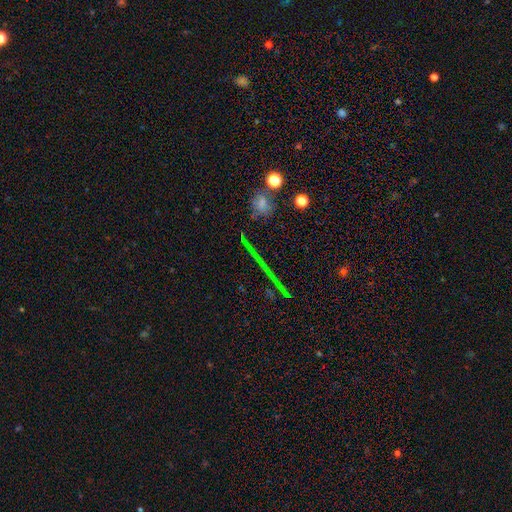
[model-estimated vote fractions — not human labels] Morphology: type=star or artifact (61%).